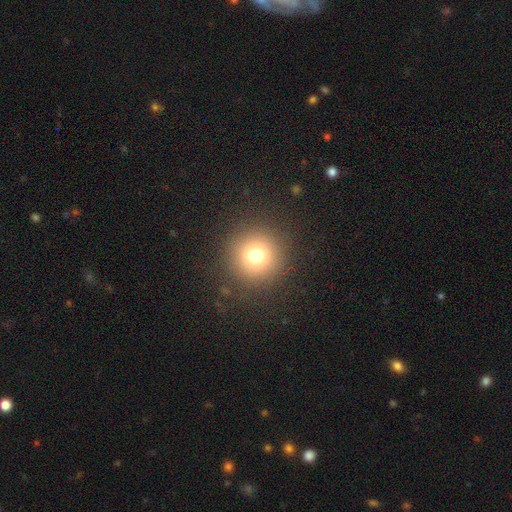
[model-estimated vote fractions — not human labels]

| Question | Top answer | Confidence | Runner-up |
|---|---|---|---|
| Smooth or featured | smooth | 75% | star or artifact (16%) |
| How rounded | round | 96% | in between (3%) |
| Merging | none | 89% | minor disturbance (6%) |